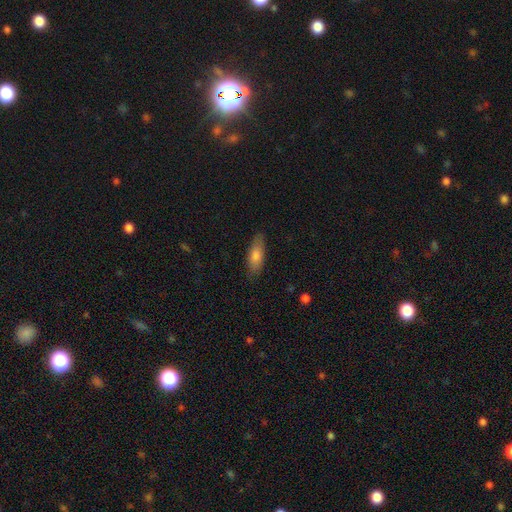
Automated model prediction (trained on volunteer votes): A smooth galaxy with no disk features (76%) that is in between round and cigar-shaped (64%). Merging: none (83%).